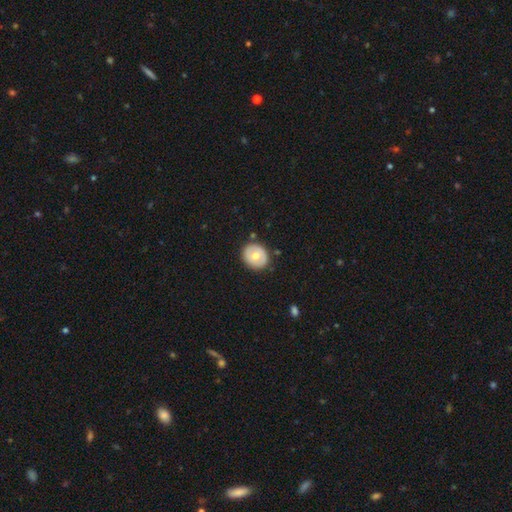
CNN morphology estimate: smooth_or_featured: smooth (p=0.55) [alt: featured or disk p=0.39]
how_rounded: round (p=0.73) [alt: in between p=0.26]
merging: none (p=0.87) [alt: minor disturbance p=0.09]